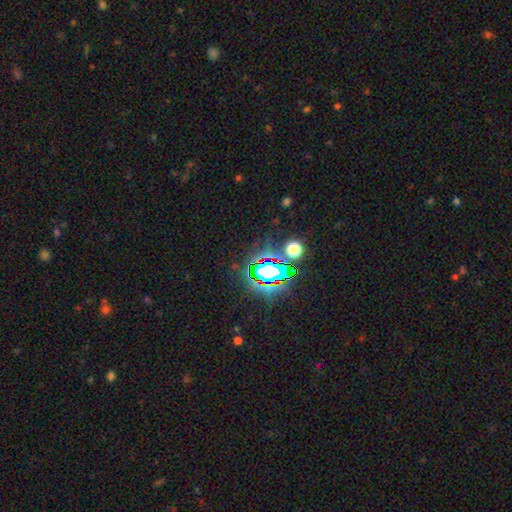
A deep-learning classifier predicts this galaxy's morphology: Q: Smooth or featured?
A: star or artifact (80%); runner-up: smooth (13%)